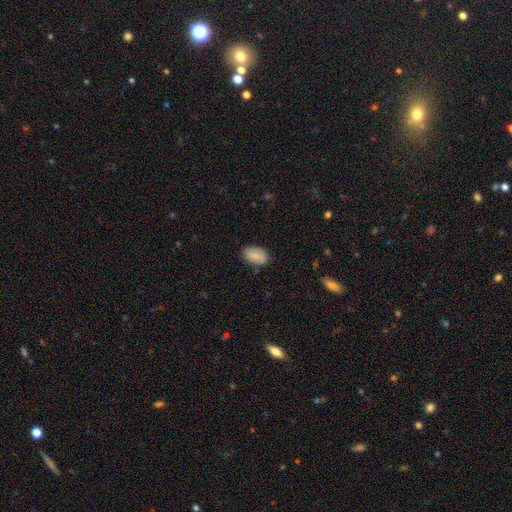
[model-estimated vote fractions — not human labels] Smooth or featured?
  - smooth: 86% *
  - featured or disk: 7%
  - star or artifact: 7%
How rounded?
  - in between: 93% *
  - round: 5%
  - cigar-shaped: 2%
Merging?
  - none: 80% *
  - minor disturbance: 15%
  - major disturbance: 3%
  - merger: 1%